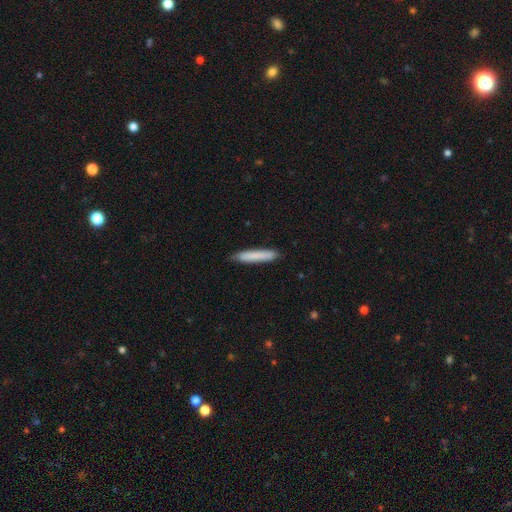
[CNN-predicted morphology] smooth_or_featured: smooth (p=0.81) [alt: featured or disk p=0.13]
how_rounded: cigar-shaped (p=0.93) [alt: in between p=0.06]
merging: none (p=0.85) [alt: minor disturbance p=0.12]